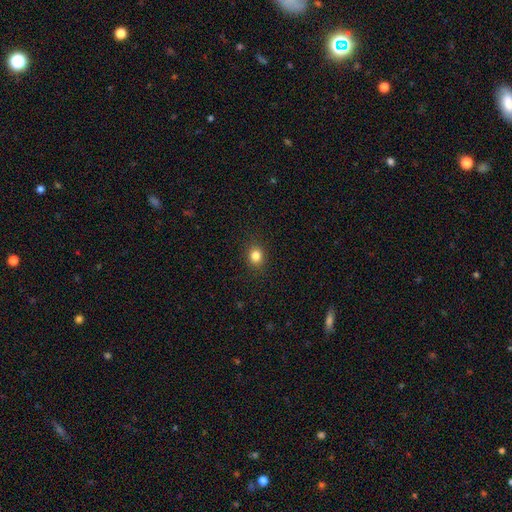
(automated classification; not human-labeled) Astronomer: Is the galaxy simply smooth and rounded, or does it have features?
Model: smooth — 83%.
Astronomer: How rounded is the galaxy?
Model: round — 72%.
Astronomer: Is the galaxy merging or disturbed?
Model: none — 90%.